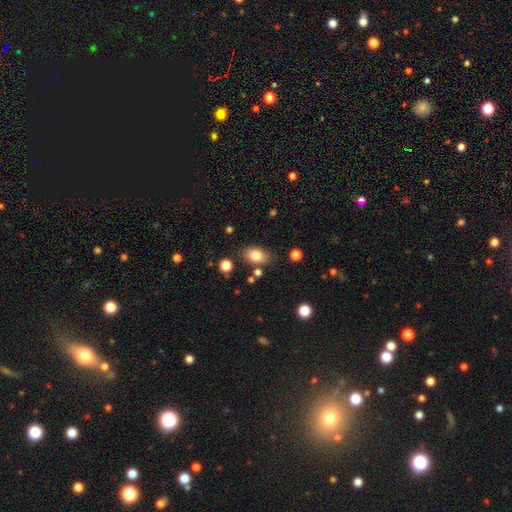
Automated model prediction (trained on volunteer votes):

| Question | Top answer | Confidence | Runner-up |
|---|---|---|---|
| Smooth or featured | smooth | 80% | featured or disk (11%) |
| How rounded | in between | 83% | round (15%) |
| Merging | none | 78% | minor disturbance (14%) |